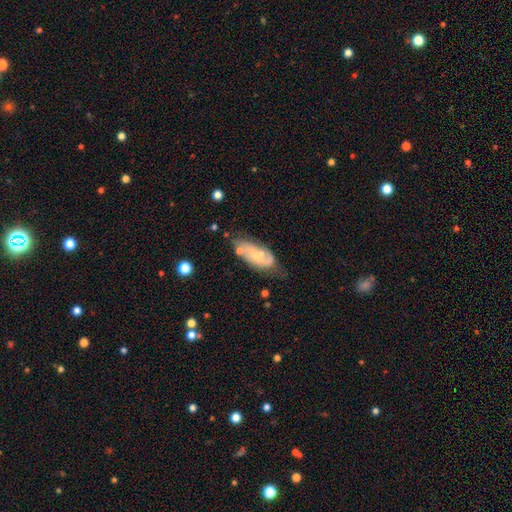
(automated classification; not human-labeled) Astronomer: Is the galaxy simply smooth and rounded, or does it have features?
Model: featured or disk — 60%.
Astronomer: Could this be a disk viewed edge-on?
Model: no — 92%.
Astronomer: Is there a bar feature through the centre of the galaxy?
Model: no — 68%.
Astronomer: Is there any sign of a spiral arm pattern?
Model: yes — 76%.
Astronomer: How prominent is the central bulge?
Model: small — 63%.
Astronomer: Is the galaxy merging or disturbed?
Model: none — 52% (runner-up: minor disturbance, 28%).